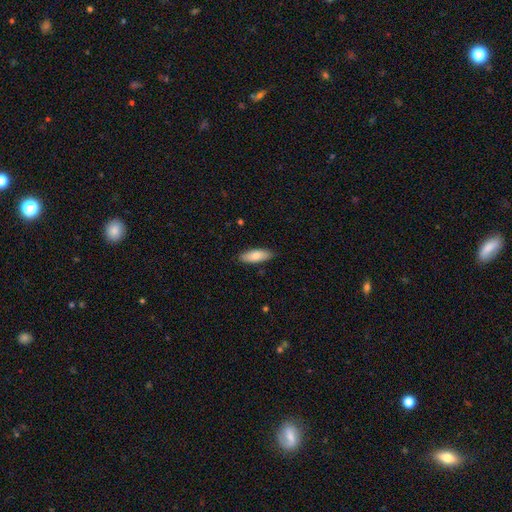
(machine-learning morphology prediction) Smooth or featured? smooth (81%)
How rounded? in between (67%)
Merging? none (87%)